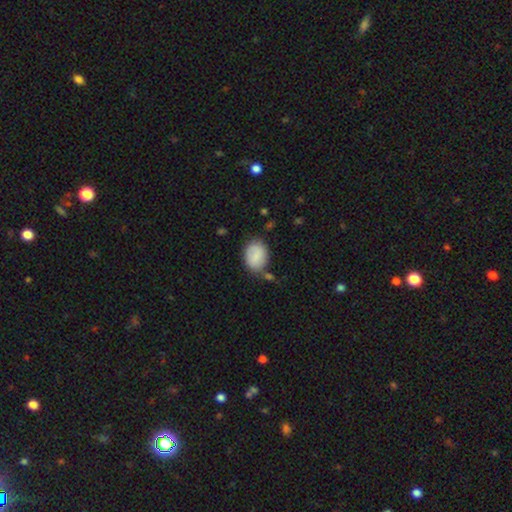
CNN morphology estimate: Smooth or featured? smooth (83%)
How rounded? in between (70%)
Merging? none (67%)